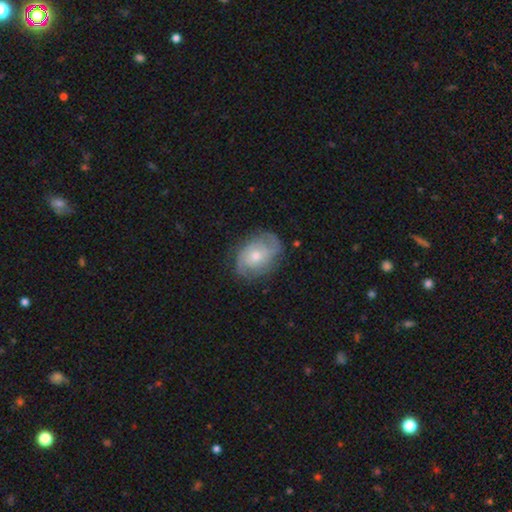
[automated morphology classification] This is likely a featured or disk galaxy (73%). It is clearly not viewed edge-on (97%). Bar: likely no (74%). Spiral arm pattern: clearly yes (90%). Spiral arm count: possibly 2 (48%). Spiral winding: possibly tight (49%). Central bulge: likely moderate (62%). Merging: likely none (70%).